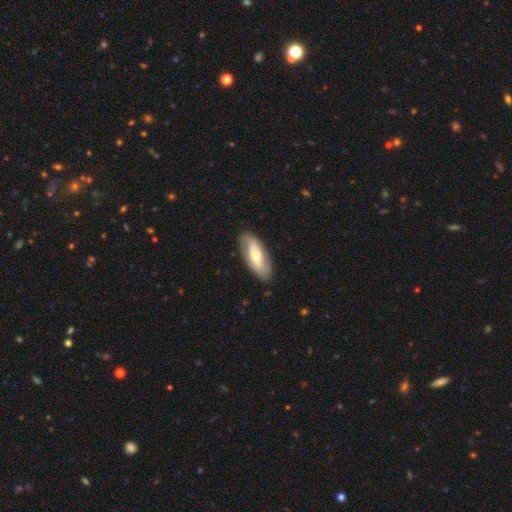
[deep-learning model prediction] A featured or disk galaxy (49%).

Vote fractions:
- Smooth or featured? featured or disk: 49% / smooth: 46% / star or artifact: 5%
- Merging? none: 84% / minor disturbance: 12% / major disturbance: 3% / merger: 1%